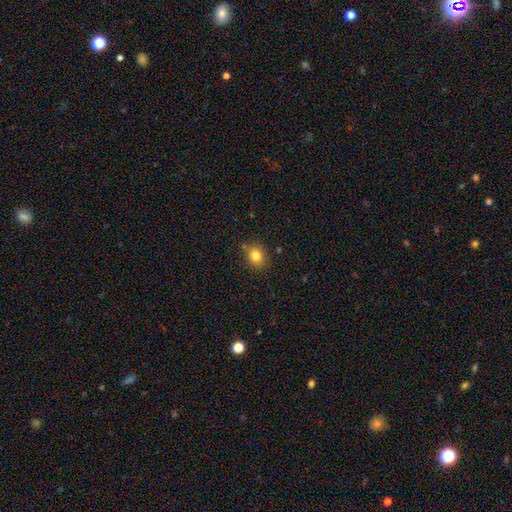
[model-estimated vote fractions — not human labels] Morphology: type=smooth (82%); roundness=round (73%); merging=none (83%).